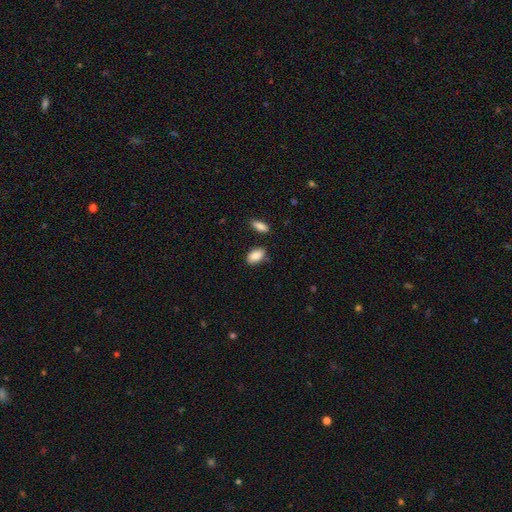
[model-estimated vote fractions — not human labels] Smooth or featured: smooth — 87% (star or artifact — 7%)
How rounded: in between — 91% (round — 6%)
Merging: none — 77% (minor disturbance — 14%)